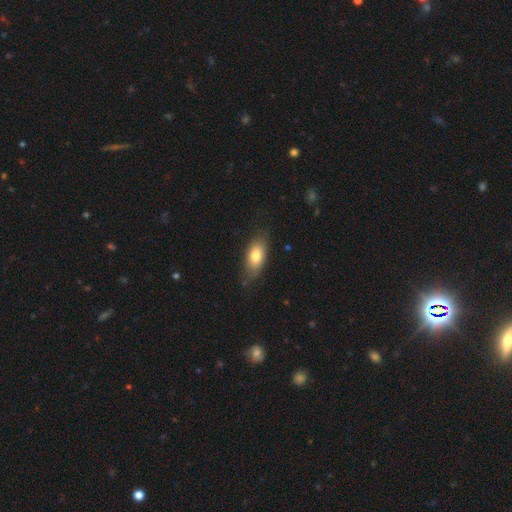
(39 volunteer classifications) This appears to be a smooth galaxy with no disk features (74%) that is in between round and cigar-shaped (86%). Merging: none (68%).